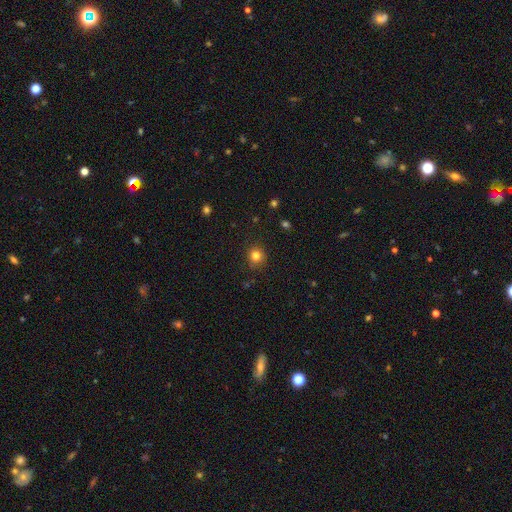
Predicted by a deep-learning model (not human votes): A smooth galaxy with no disk features (81%) that is round (90%).

Vote fractions:
- Smooth or featured? smooth: 81% / star or artifact: 13% / featured or disk: 6%
- How rounded? round: 90% / in between: 9% / cigar-shaped: 1%
- Merging? none: 89% / minor disturbance: 8% / major disturbance: 2% / merger: 1%